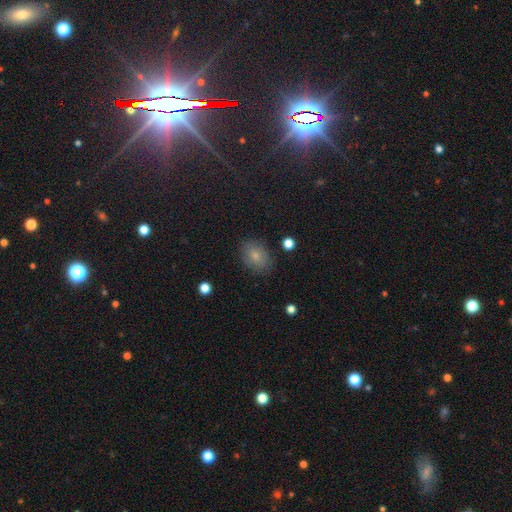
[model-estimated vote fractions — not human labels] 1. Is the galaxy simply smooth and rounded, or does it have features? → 78% smooth, 12% featured or disk, 11% star or artifact.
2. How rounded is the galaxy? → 70% in between, 29% round, 1% cigar-shaped.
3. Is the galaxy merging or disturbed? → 80% none, 14% minor disturbance, 4% major disturbance, 2% merger.